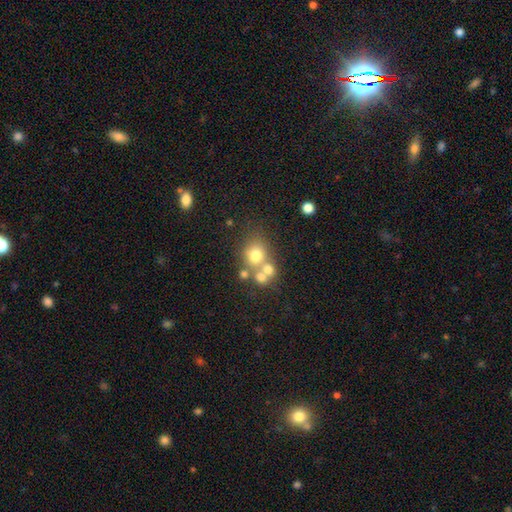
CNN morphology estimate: smooth_or_featured: smooth (p=0.65) [alt: featured or disk p=0.20]
how_rounded: round (p=0.77) [alt: in between p=0.22]
merging: none (p=0.45) [alt: merger p=0.41]